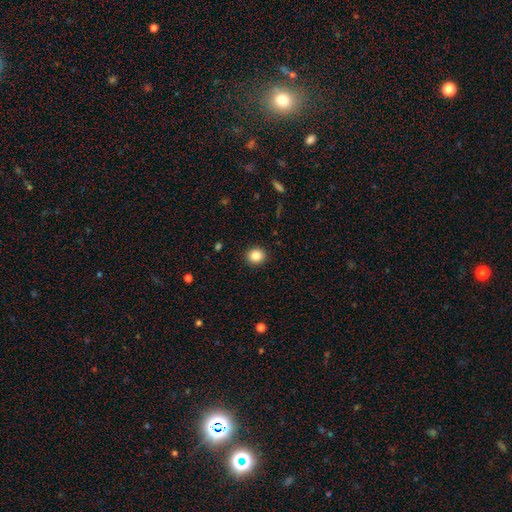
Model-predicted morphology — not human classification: Q: Smooth or featured?
A: smooth (87%); runner-up: star or artifact (9%)
Q: How rounded?
A: round (85%); runner-up: in between (14%)
Q: Merging?
A: none (91%); runner-up: minor disturbance (6%)